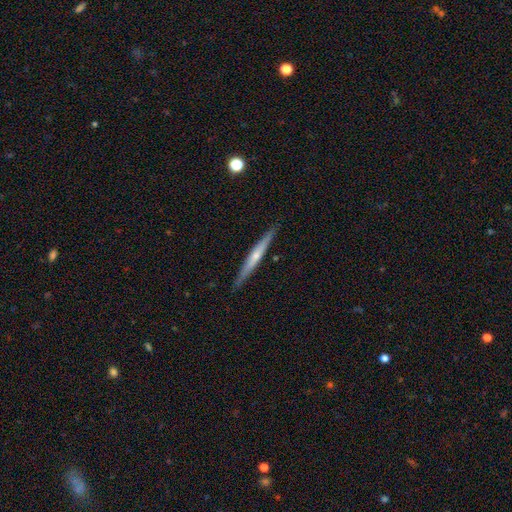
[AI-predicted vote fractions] Smooth or featured?
  - featured or disk: 63% *
  - smooth: 32%
  - star or artifact: 5%
Edge-on disk?
  - yes: 97% *
  - no: 3%
Edge-on bulge?
  - rounded: 60% *
  - none: 35%
  - boxy: 5%
Merging?
  - none: 90% *
  - minor disturbance: 7%
  - major disturbance: 1%
  - merger: 1%